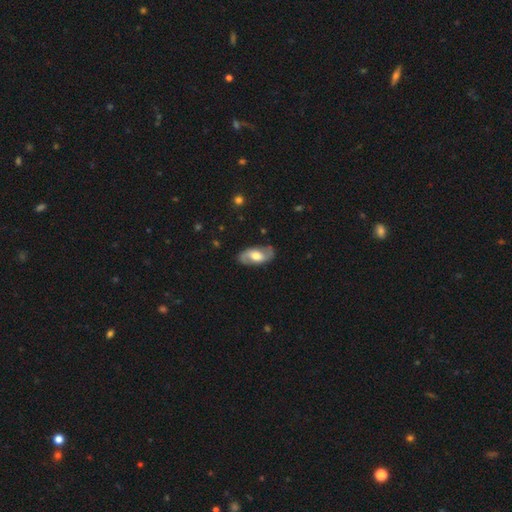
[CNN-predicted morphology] smooth_or_featured: featured or disk (p=0.65) [alt: smooth p=0.29]
disk_edge_on: no (p=0.92) [alt: yes p=0.08]
bar: weak (p=0.42) [alt: no p=0.41]
has_spiral_arms: yes (p=0.82) [alt: no p=0.18]
bulge_size: moderate (p=0.58) [alt: large p=0.29]
merging: none (p=0.81) [alt: minor disturbance p=0.14]